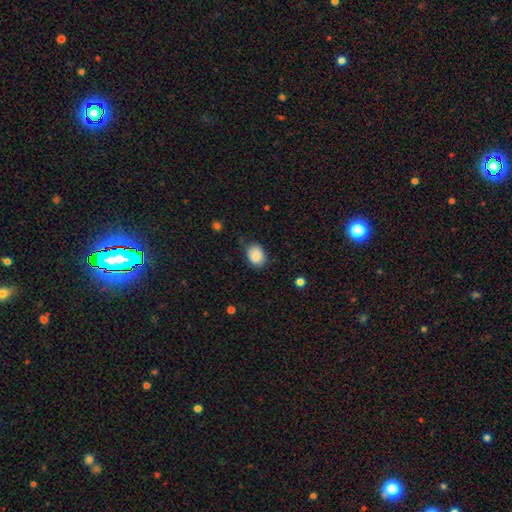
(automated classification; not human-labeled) Smooth or featured: smooth — 86% (star or artifact — 8%)
How rounded: in between — 63% (round — 36%)
Merging: none — 71% (minor disturbance — 23%)